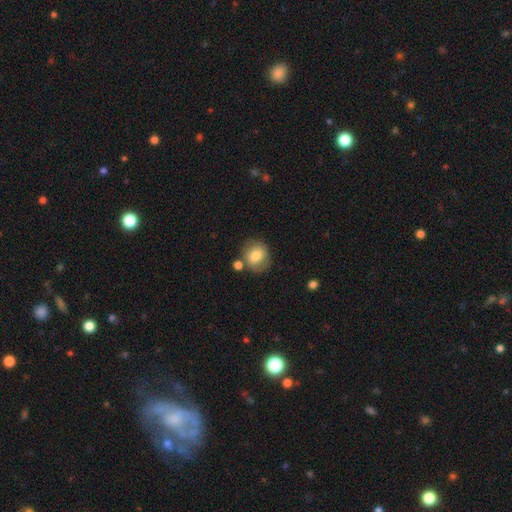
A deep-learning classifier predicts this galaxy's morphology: The model was most divided on "how rounded": round: 71%, in between: 28%, cigar-shaped: 1%. More confident: smooth or featured — smooth (75%); merging — none (67%).